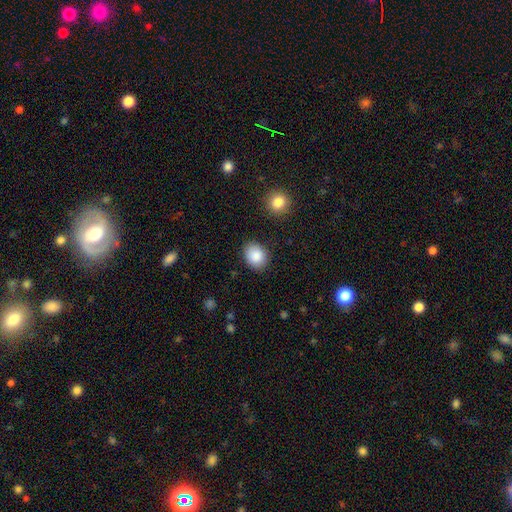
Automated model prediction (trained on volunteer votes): The model was most divided on "how rounded": in between: 52%, round: 47%, cigar-shaped: 1%. More confident: smooth or featured — smooth (88%); merging — none (85%).